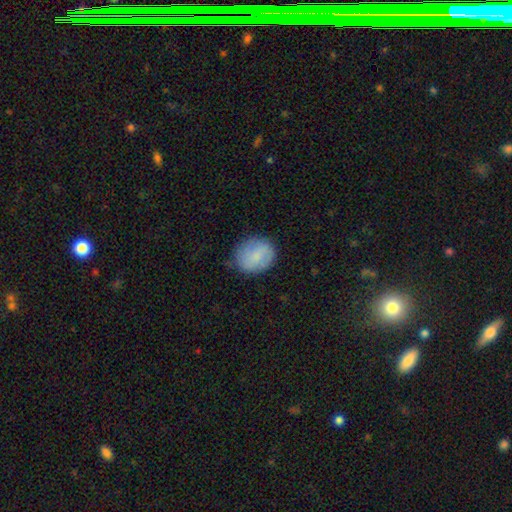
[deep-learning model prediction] Smooth or featured? smooth (79%)
How rounded? round (67%)
Merging? none (79%)